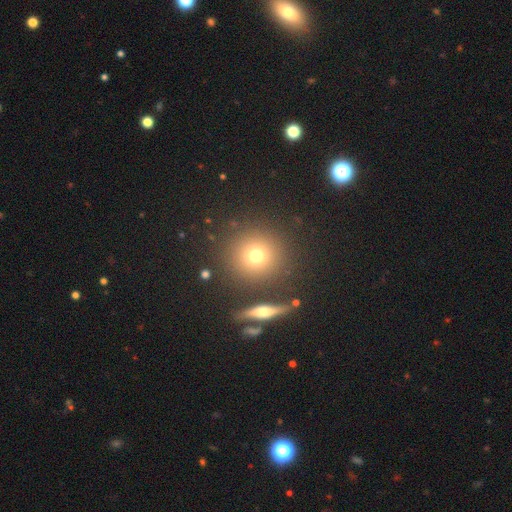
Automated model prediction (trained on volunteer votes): Morphology: type=smooth (71%); roundness=round (92%); merging=none (85%).